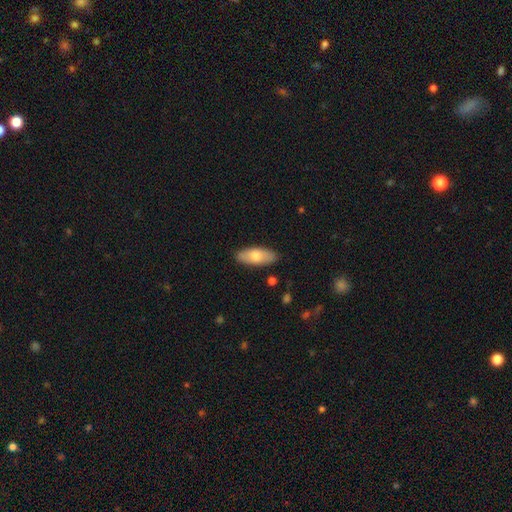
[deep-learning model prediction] Morphology: type=smooth (73%); roundness=in between (82%); merging=none (87%).